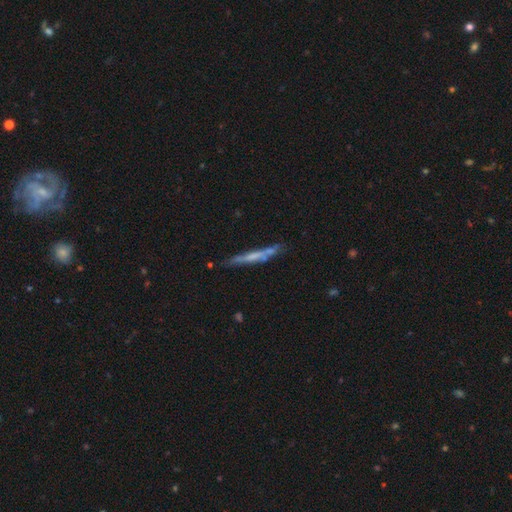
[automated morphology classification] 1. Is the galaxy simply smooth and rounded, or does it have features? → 52% featured or disk, 41% smooth, 8% star or artifact.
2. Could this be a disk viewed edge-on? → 88% yes, 12% no.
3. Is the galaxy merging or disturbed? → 70% none, 18% minor disturbance, 7% merger, 5% major disturbance.